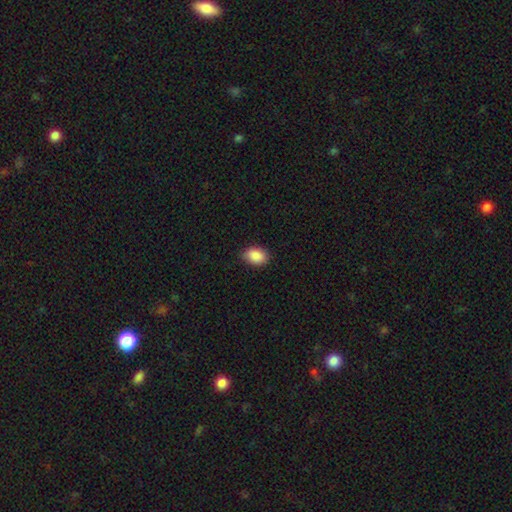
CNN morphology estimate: Q: Smooth or featured?
A: smooth (89%); runner-up: star or artifact (7%)
Q: How rounded?
A: in between (83%); runner-up: round (16%)
Q: Merging?
A: none (84%); runner-up: minor disturbance (13%)